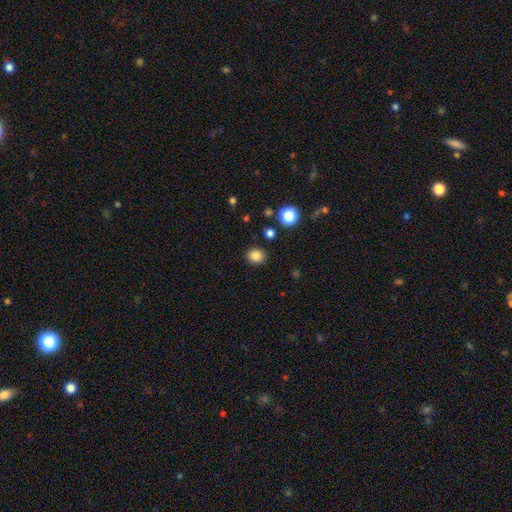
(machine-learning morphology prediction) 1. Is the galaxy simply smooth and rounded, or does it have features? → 84% smooth, 12% star or artifact, 4% featured or disk.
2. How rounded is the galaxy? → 72% round, 28% in between, 1% cigar-shaped.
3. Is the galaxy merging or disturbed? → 88% none, 7% minor disturbance, 2% major disturbance, 2% merger.